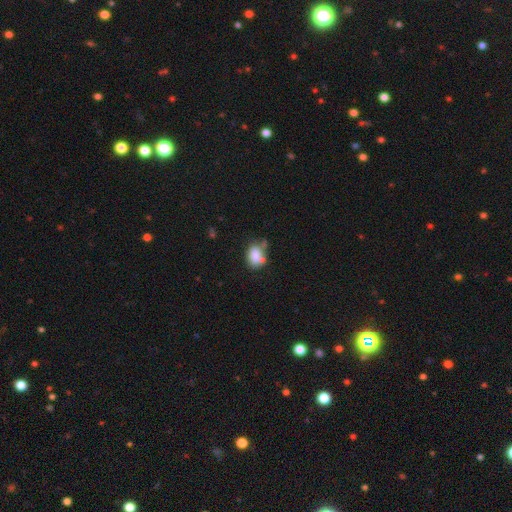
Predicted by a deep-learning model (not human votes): smooth 78%, featured or disk 12%, star or artifact 9%. Down the decision tree: how rounded — in between (70%); merging — none (41%).